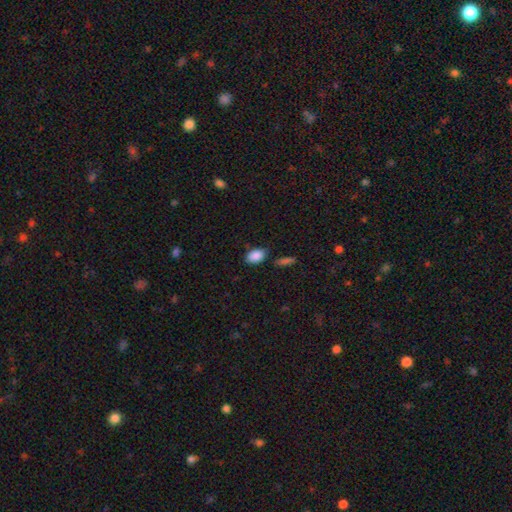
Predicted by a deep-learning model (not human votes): smooth_or_featured: smooth (p=0.88) [alt: star or artifact p=0.08]
how_rounded: in between (p=0.88) [alt: round p=0.11]
merging: none (p=0.78) [alt: minor disturbance p=0.15]